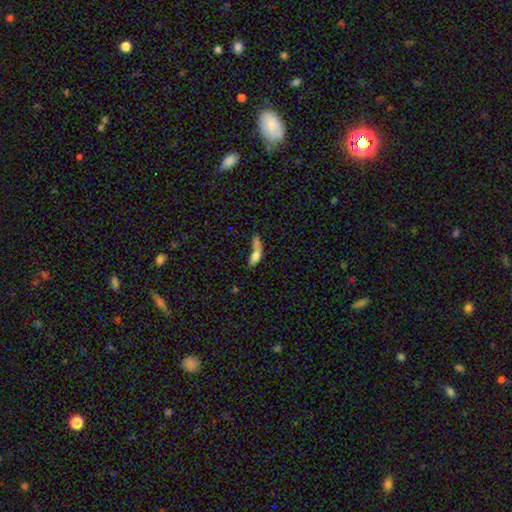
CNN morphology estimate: This is likely a smooth galaxy (69%). How rounded: possibly in between (57%). Merging: marginally merger (44%).